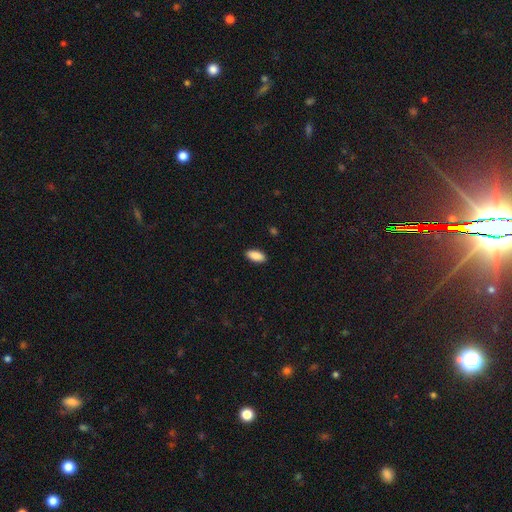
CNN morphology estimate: This appears to be a smooth galaxy with no disk features (90%) that is in between round and cigar-shaped (89%). Merging: none (90%).